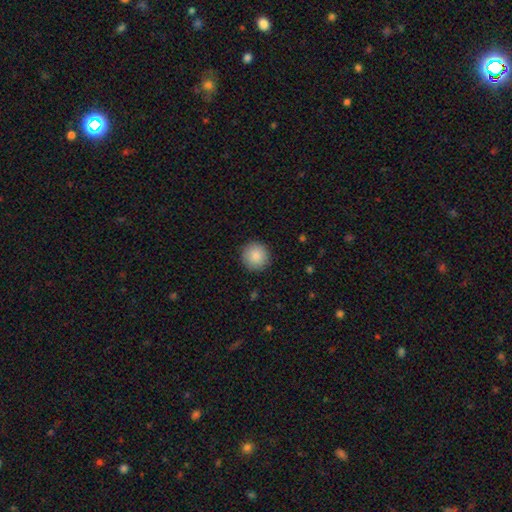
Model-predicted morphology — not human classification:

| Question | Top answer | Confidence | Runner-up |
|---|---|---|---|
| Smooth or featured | smooth | 87% | star or artifact (8%) |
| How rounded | round | 95% | in between (4%) |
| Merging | none | 91% | minor disturbance (6%) |